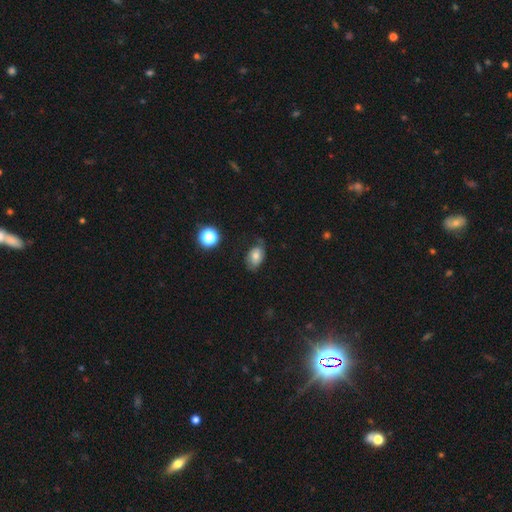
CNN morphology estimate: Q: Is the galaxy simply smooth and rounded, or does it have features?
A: smooth — 60%.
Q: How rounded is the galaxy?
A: in between — 82%.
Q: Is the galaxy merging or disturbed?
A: none — 54%.